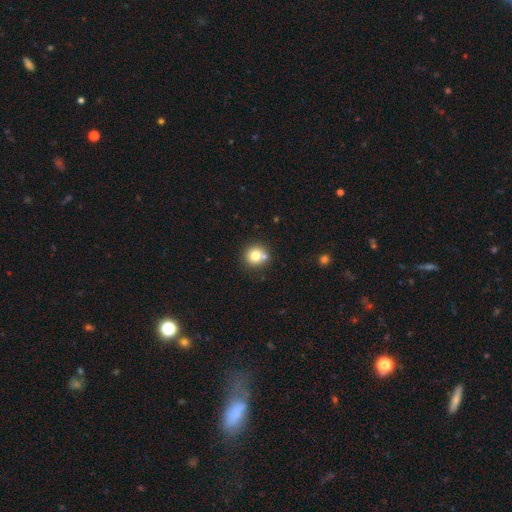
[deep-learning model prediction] A smooth galaxy with no disk features (75%) that is round (92%). Merging: none (69%).